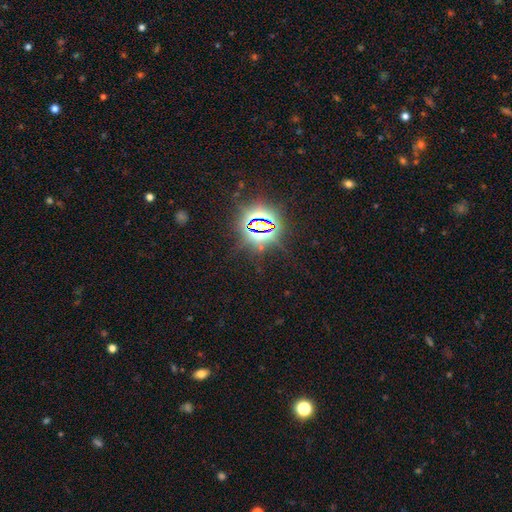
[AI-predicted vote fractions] star or artifact 83%, smooth 9%, featured or disk 7%.